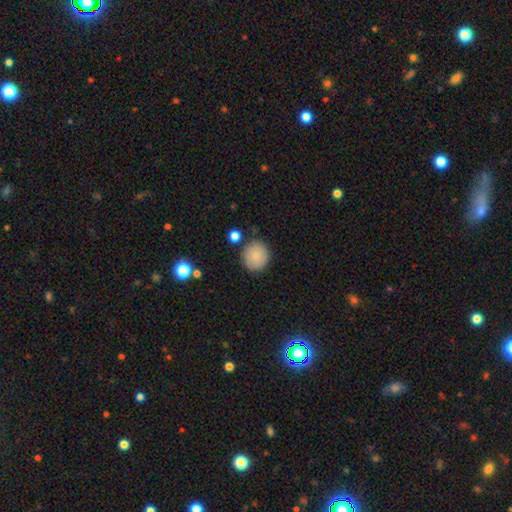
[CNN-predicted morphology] This appears to be a smooth galaxy with no disk features (84%) that is round (91%). Merging: none (84%).